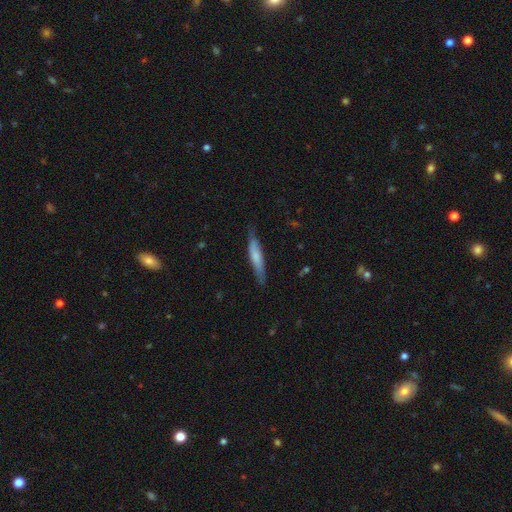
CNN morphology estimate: A smooth galaxy with no disk features (66%) that is cigar-shaped (87%). Merging: none (76%).